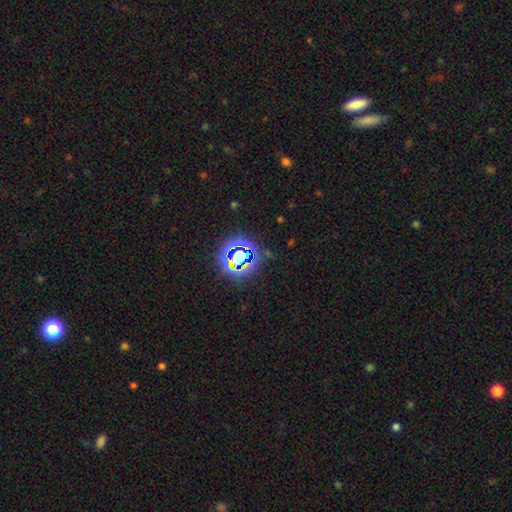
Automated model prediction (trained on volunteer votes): This is likely a star or artifact rather than a galaxy (79%).